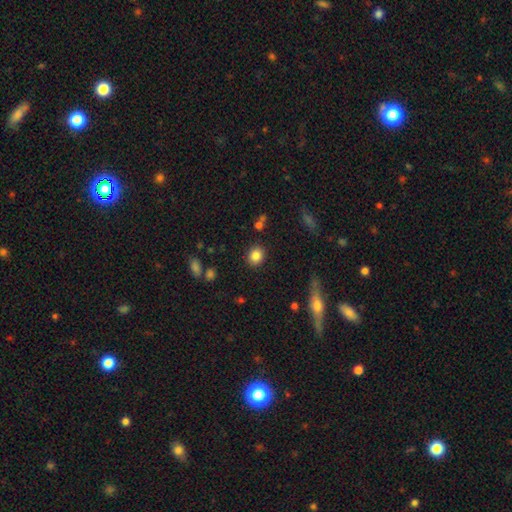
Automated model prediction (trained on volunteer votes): The model was most divided on "how rounded": round: 72%, in between: 27%, cigar-shaped: 1%. More confident: merging — none (88%); smooth or featured — smooth (84%).